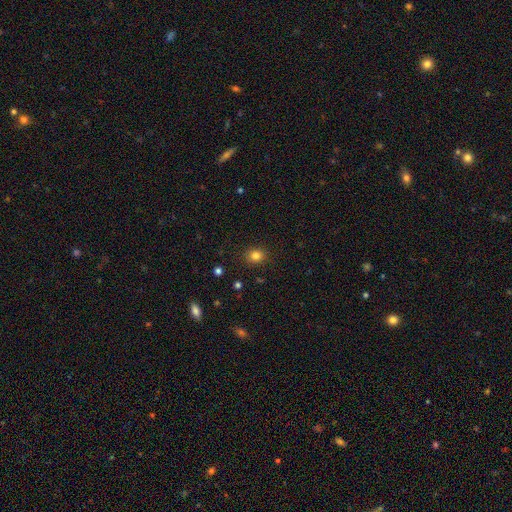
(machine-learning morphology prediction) Smooth or featured: smooth — 82% (star or artifact — 13%)
How rounded: round — 73% (in between — 26%)
Merging: none — 89% (minor disturbance — 8%)